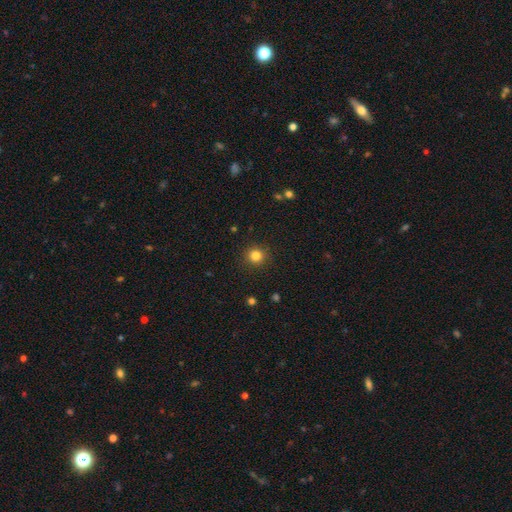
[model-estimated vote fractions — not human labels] A smooth galaxy with no disk features (82%) that is round (93%).

Vote fractions:
- Smooth or featured? smooth: 82% / star or artifact: 13% / featured or disk: 5%
- How rounded? round: 93% / in between: 6% / cigar-shaped: 1%
- Merging? none: 91% / minor disturbance: 6% / major disturbance: 2% / merger: 1%